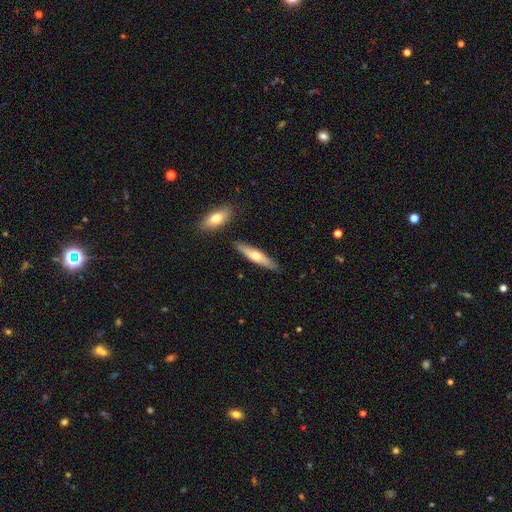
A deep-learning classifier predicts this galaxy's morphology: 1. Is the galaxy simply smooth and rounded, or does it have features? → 52% smooth, 43% featured or disk, 6% star or artifact.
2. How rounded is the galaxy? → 77% cigar-shaped, 21% in between, 2% round.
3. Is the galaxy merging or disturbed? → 85% none, 9% minor disturbance, 3% merger, 2% major disturbance.